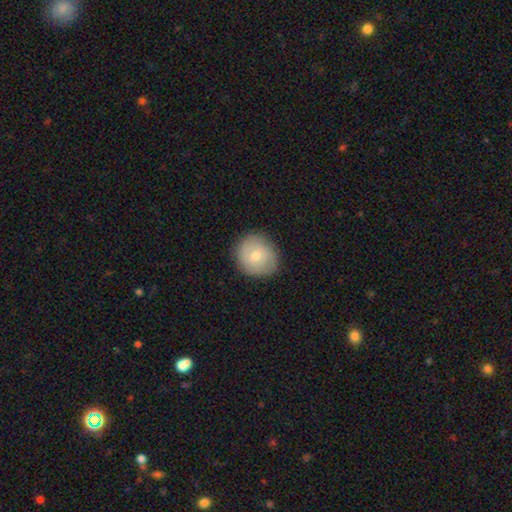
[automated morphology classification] A smooth galaxy with no disk features (68%) that is round (85%). Merging: none (86%).